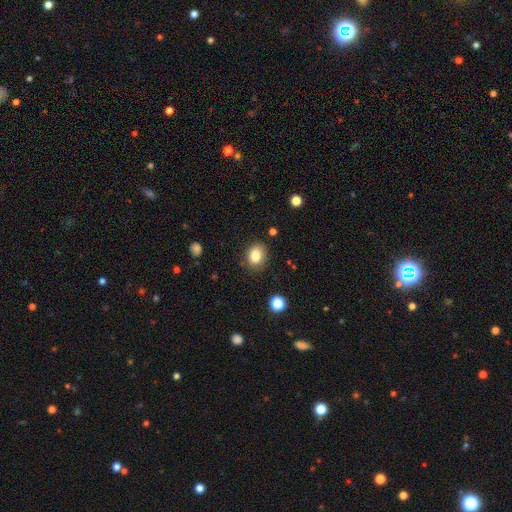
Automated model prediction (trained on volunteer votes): The model was most divided on "how rounded": in between: 54%, round: 45%, cigar-shaped: 1%. More confident: smooth or featured — smooth (84%); merging — none (82%).